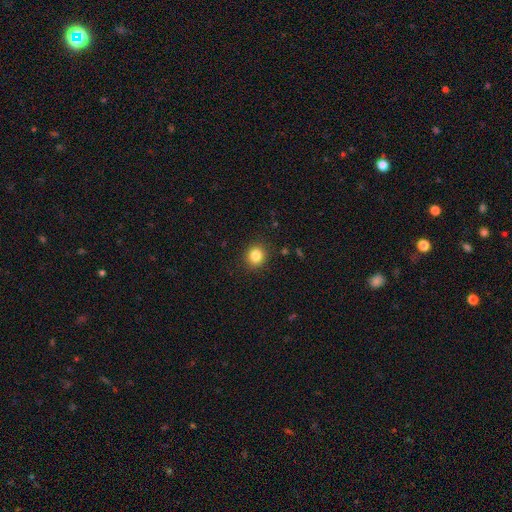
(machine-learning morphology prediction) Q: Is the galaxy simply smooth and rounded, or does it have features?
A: smooth — 84%.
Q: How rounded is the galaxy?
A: round — 83%.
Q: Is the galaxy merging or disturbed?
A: none — 91%.